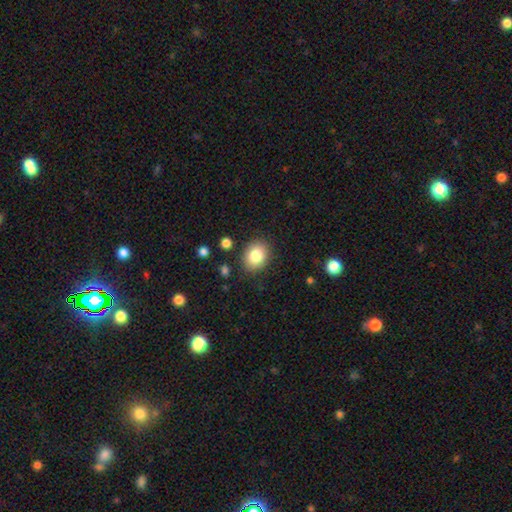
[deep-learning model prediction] Q: Smooth or featured?
A: smooth (83%); runner-up: star or artifact (9%)
Q: How rounded?
A: in between (55%); runner-up: round (44%)
Q: Merging?
A: none (85%); runner-up: minor disturbance (10%)